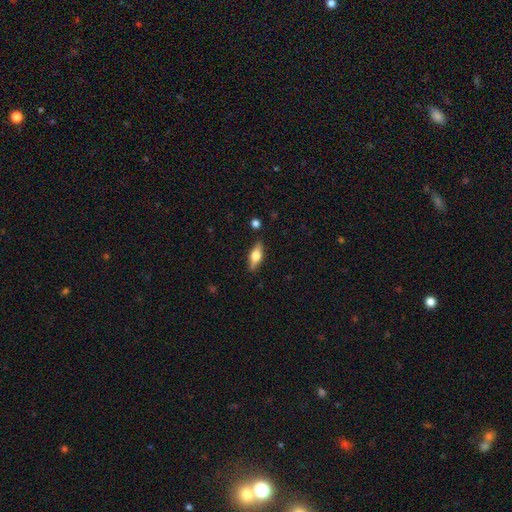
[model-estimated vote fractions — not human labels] smooth-or-featured: smooth: 52% | featured or disk: 41% | star or artifact: 7%
  how-rounded: in between: 63% | cigar-shaped: 33% | round: 4%
  merging: none: 86% | minor disturbance: 9% | major disturbance: 2% | merger: 2%